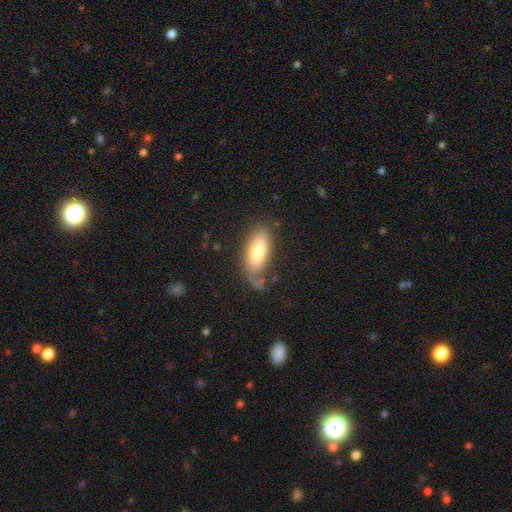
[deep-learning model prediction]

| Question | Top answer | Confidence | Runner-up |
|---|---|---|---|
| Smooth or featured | smooth | 73% | featured or disk (20%) |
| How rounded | in between | 83% | cigar-shaped (14%) |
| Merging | none | 58% | minor disturbance (23%) |